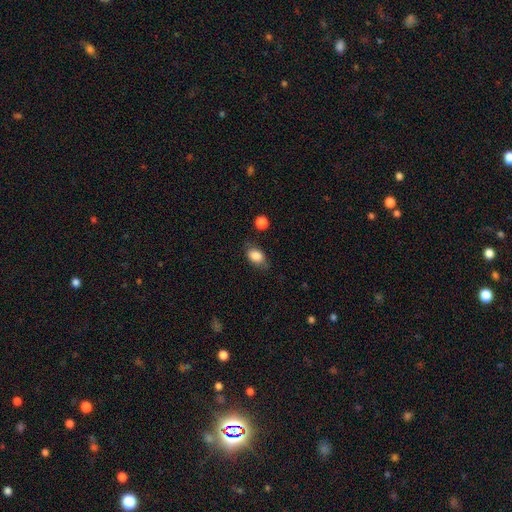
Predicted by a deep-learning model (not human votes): smooth 84%, featured or disk 8%, star or artifact 8%. Down the decision tree: how rounded — in between (81%); merging — none (69%).